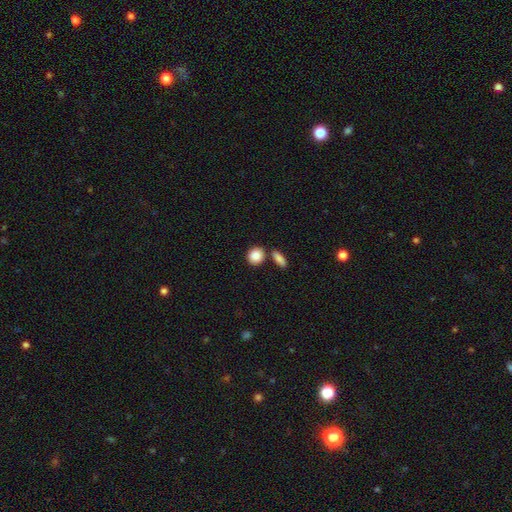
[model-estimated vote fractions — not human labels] Smooth or featured? Predicted: smooth (p=0.88). How rounded? Predicted: round (p=0.67). Merging? Predicted: none (p=0.72).